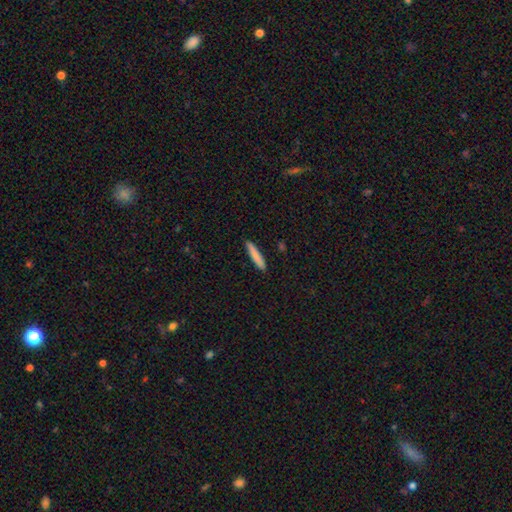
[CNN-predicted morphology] This appears to be a smooth galaxy with no disk features (84%) that is cigar-shaped (91%). Merging: none (90%).